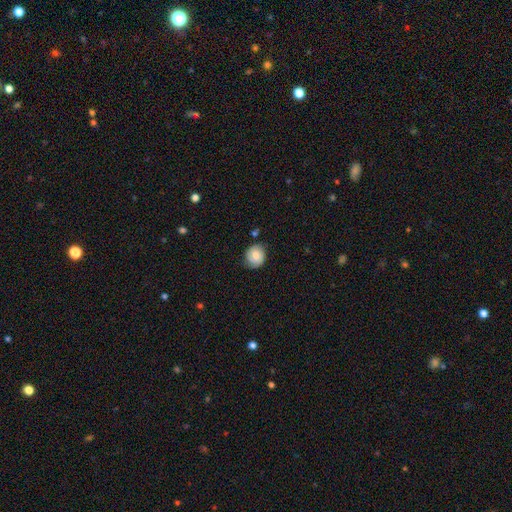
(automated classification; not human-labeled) Smooth or featured? smooth (61%)
How rounded? round (74%)
Merging? none (69%)